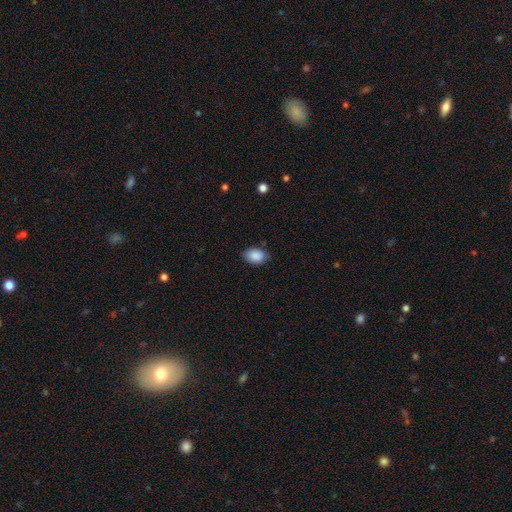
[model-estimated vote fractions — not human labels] Smooth or featured? Predicted: smooth (p=0.89). How rounded? Predicted: in between (p=0.81). Merging? Predicted: none (p=0.79).